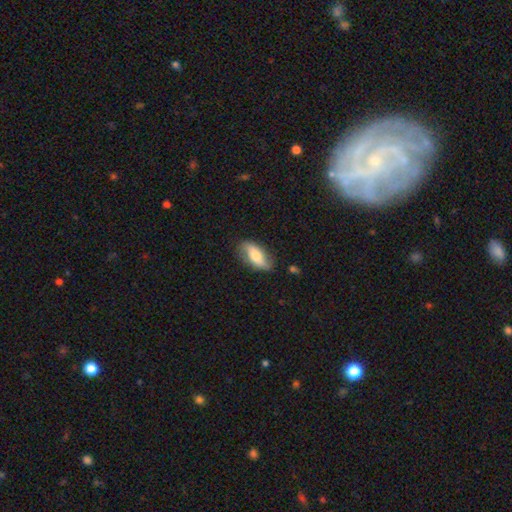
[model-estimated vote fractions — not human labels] Smooth or featured? Predicted: smooth (p=0.52). How rounded? Predicted: in between (p=0.83). Merging? Predicted: none (p=0.74).